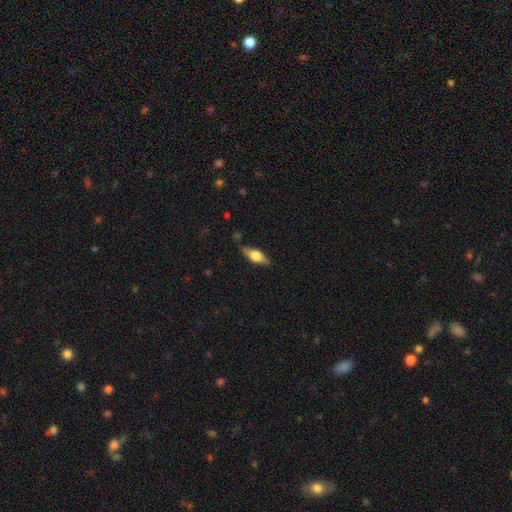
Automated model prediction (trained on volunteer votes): smooth 57%, featured or disk 37%, star or artifact 6%. Down the decision tree: how rounded — in between (71%); merging — none (81%).